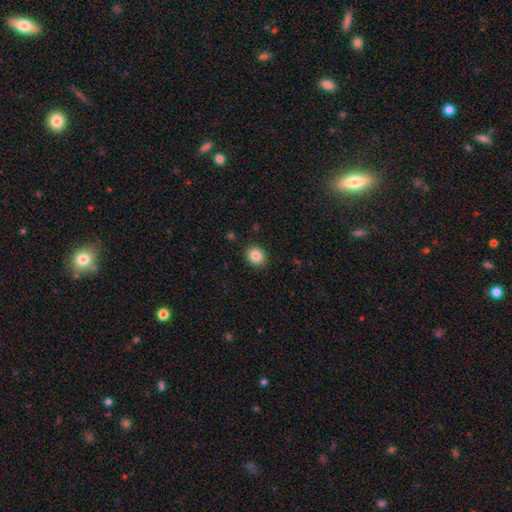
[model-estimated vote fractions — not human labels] Smooth or featured?
  - smooth: 86% *
  - star or artifact: 9%
  - featured or disk: 5%
How rounded?
  - round: 63% *
  - in between: 36%
  - cigar-shaped: 1%
Merging?
  - none: 89% *
  - minor disturbance: 7%
  - major disturbance: 2%
  - merger: 1%